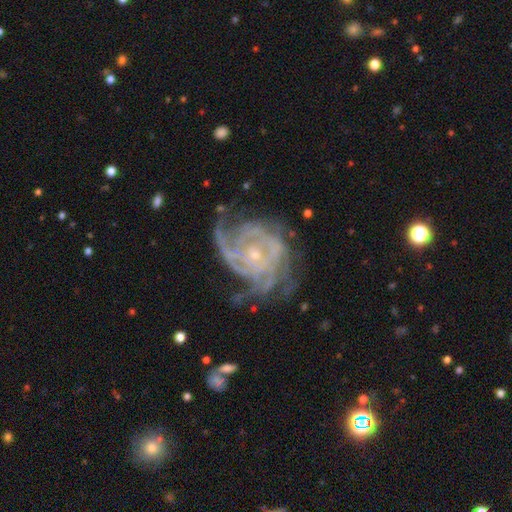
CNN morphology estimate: The model was most divided on "spiral arm count": 4: 26%, 3: 22%, can't tell: 22%, 2: 13%, more than 4: 11%, 1: 7%. More confident: edge-on disk — no (98%); spiral arms — yes (97%); smooth or featured — featured or disk (90%); bulge size — small (77%); bar — no (72%); spiral winding — tight (63%); merging — none (58%).